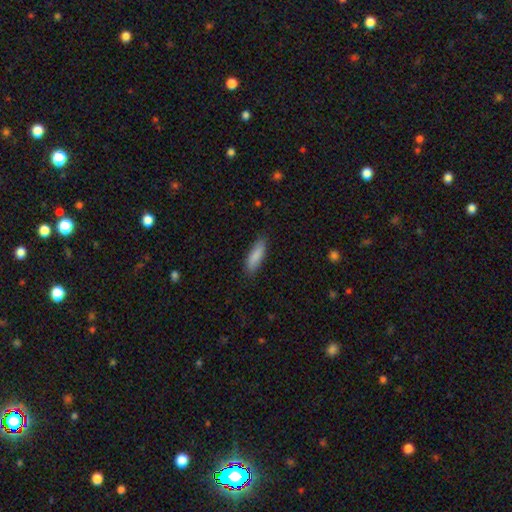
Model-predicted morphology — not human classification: A smooth galaxy with no disk features (87%) that is cigar-shaped (54%).

Vote fractions:
- Smooth or featured? smooth: 87% / featured or disk: 7% / star or artifact: 6%
- How rounded? cigar-shaped: 54% / in between: 44% / round: 1%
- Merging? none: 84% / minor disturbance: 12% / major disturbance: 2% / merger: 1%